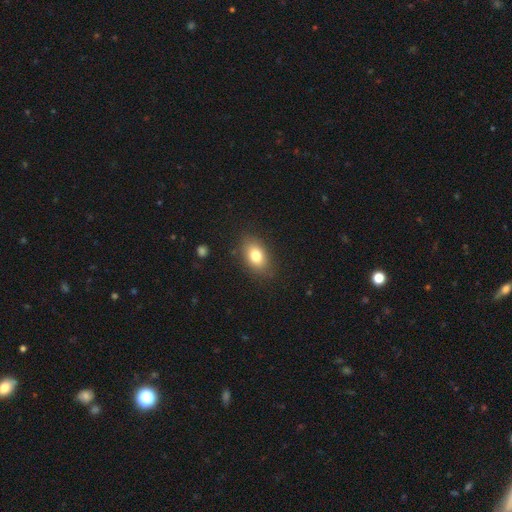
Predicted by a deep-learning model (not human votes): Smooth or featured? Predicted: smooth (p=0.79). How rounded? Predicted: in between (p=0.84). Merging? Predicted: none (p=0.84).